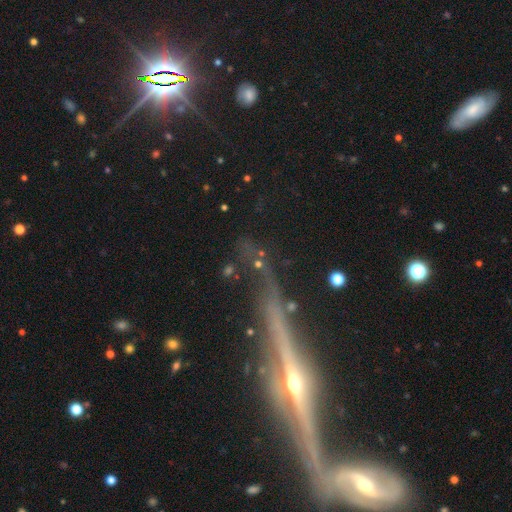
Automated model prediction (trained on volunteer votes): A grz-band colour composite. It shows a featured or disk galaxy (58%) viewed edge-on (86%). Merging: none (67%).